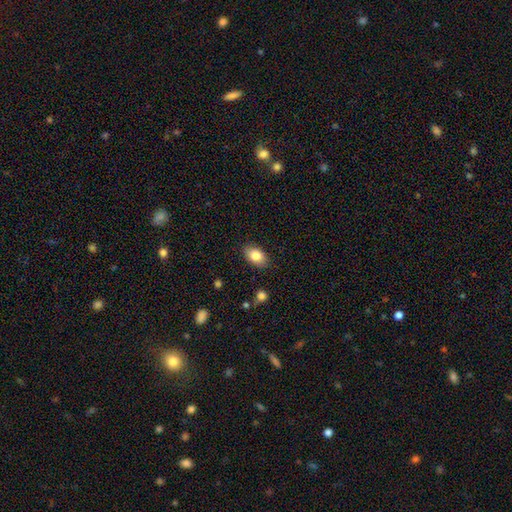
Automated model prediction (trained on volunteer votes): Smooth or featured? smooth (84%)
How rounded? in between (87%)
Merging? none (85%)